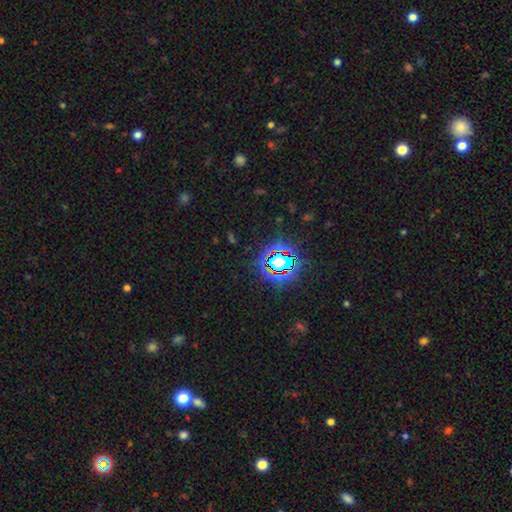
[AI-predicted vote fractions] The model was most divided on "smooth or featured": star or artifact: 79%, smooth: 14%, featured or disk: 7%.